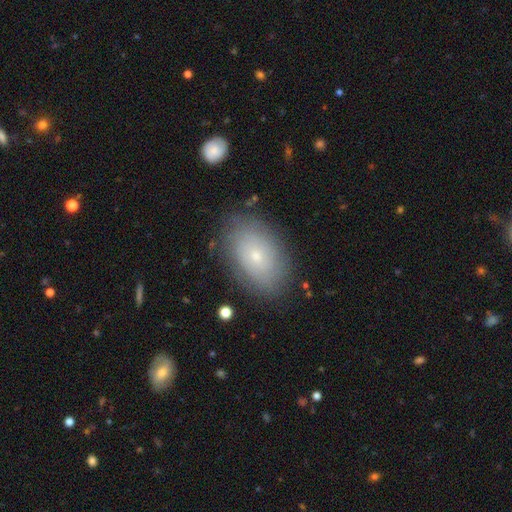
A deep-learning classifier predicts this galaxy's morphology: Smooth or featured?
  - smooth: 47% *
  - featured or disk: 43%
  - star or artifact: 10%
Merging?
  - none: 81% *
  - minor disturbance: 14%
  - major disturbance: 4%
  - merger: 1%